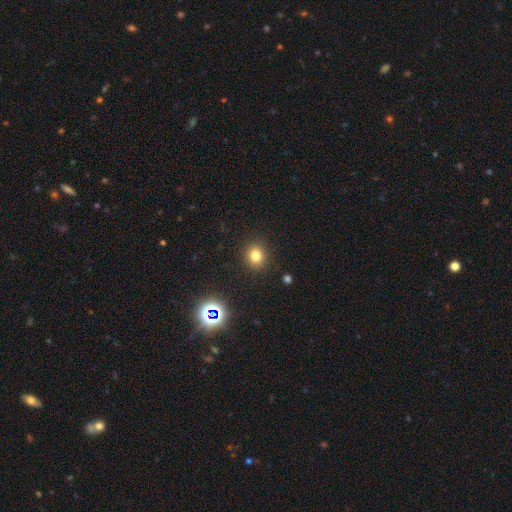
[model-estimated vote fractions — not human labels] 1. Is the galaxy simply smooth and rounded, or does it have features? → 77% smooth, 16% star or artifact, 7% featured or disk.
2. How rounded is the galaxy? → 85% round, 14% in between, 1% cigar-shaped.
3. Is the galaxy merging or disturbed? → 90% none, 6% minor disturbance, 2% major disturbance, 1% merger.